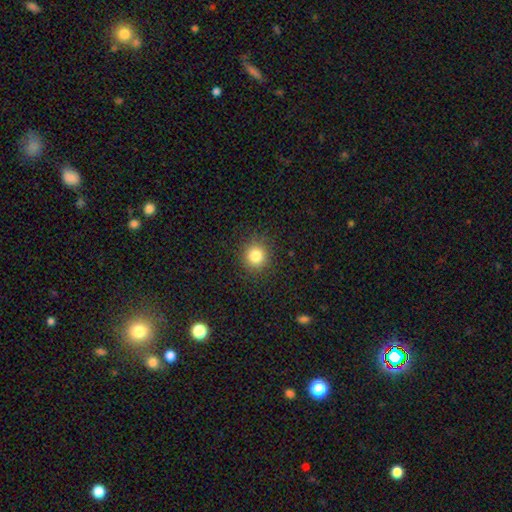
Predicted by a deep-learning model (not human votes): Smooth or featured?
  - smooth: 83% *
  - star or artifact: 12%
  - featured or disk: 5%
How rounded?
  - round: 90% *
  - in between: 9%
  - cigar-shaped: 1%
Merging?
  - none: 89% *
  - minor disturbance: 7%
  - major disturbance: 3%
  - merger: 1%